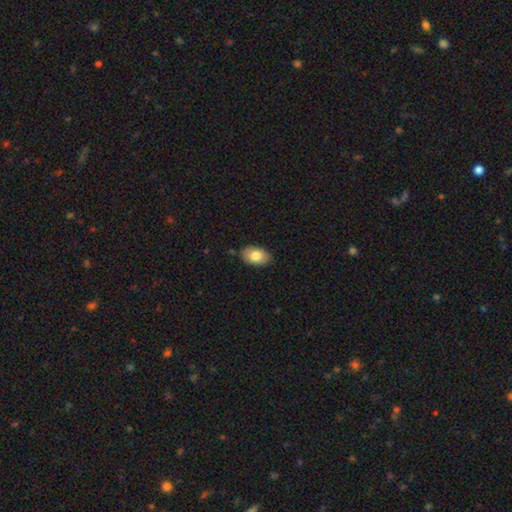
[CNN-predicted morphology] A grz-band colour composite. It shows a smooth galaxy with no disk features (80%) that is in between round and cigar-shaped (92%). Merging: none (85%).